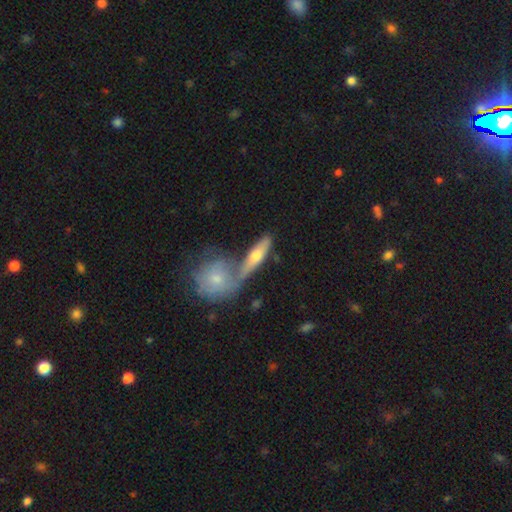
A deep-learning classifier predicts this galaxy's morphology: A smooth galaxy with no disk features (53%) that is cigar-shaped (52%). Merging: none (49%).